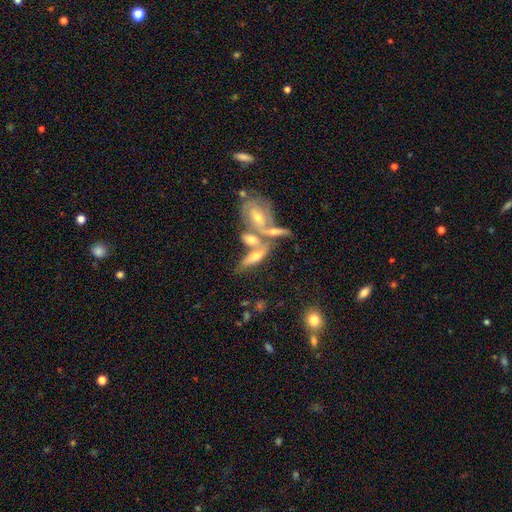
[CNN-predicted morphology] Smooth or featured: featured or disk — 46% (smooth — 44%)
Merging: merger — 56% (none — 26%)